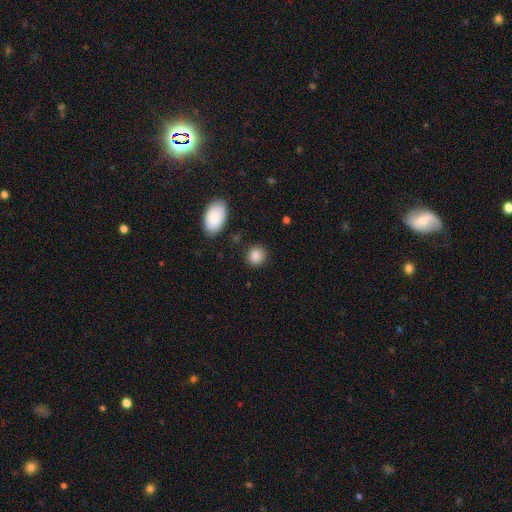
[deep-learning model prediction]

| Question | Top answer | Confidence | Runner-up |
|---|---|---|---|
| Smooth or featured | smooth | 87% | star or artifact (8%) |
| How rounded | round | 81% | in between (18%) |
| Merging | none | 86% | minor disturbance (9%) |